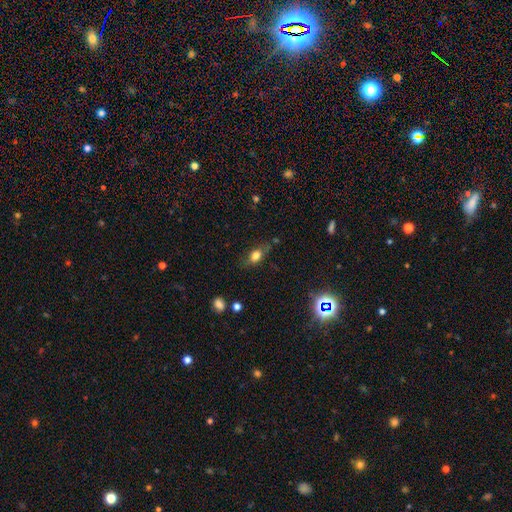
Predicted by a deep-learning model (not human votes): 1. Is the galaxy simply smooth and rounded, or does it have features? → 71% smooth, 18% featured or disk, 11% star or artifact.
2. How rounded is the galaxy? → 73% in between, 17% round, 10% cigar-shaped.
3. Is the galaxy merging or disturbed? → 68% none, 22% minor disturbance, 7% major disturbance, 3% merger.